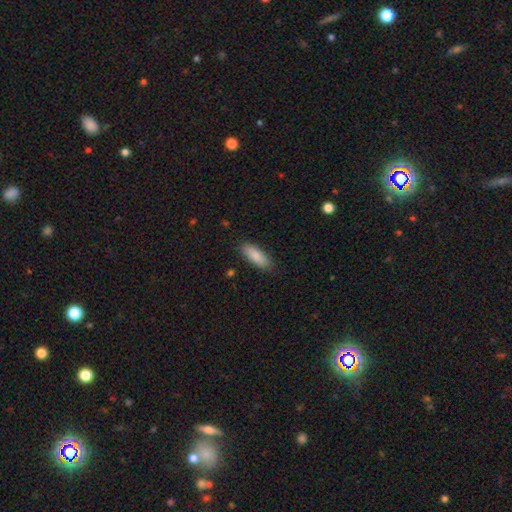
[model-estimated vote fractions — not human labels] smooth_or_featured: smooth (p=0.87) [alt: featured or disk p=0.07]
how_rounded: in between (p=0.70) [alt: cigar-shaped p=0.29]
merging: none (p=0.85) [alt: minor disturbance p=0.11]